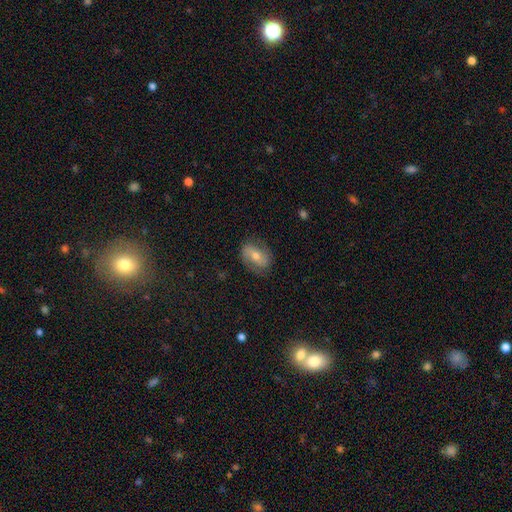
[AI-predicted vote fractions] This is possibly a featured or disk galaxy (56%). It is clearly not viewed edge-on (94%). Bar: marginally no (38%). Spiral arm pattern: likely yes (78%). Central bulge: likely moderate (62%). Merging: likely none (79%).